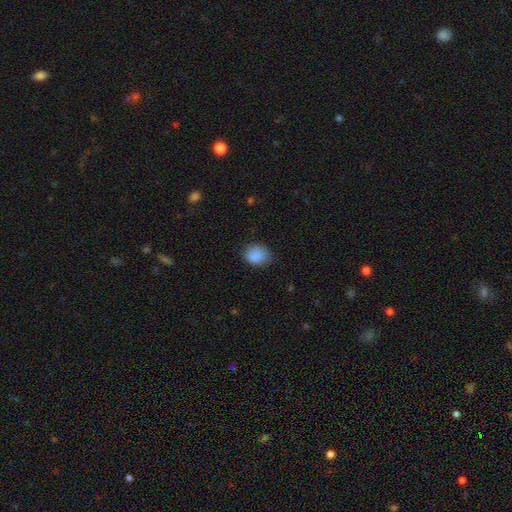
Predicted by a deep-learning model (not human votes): Smooth or featured: smooth — 87% (star or artifact — 9%)
How rounded: in between — 50% (round — 49%)
Merging: none — 74% (minor disturbance — 20%)